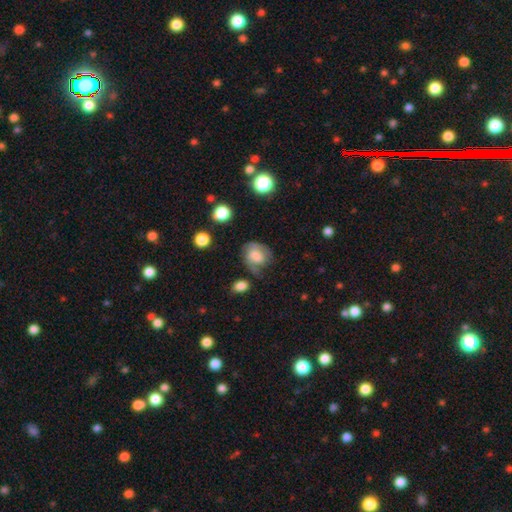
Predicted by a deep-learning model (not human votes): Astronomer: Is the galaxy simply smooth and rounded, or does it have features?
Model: smooth — 46% (runner-up: featured or disk, 45%).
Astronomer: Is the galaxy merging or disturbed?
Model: none — 49% (runner-up: minor disturbance, 27%).